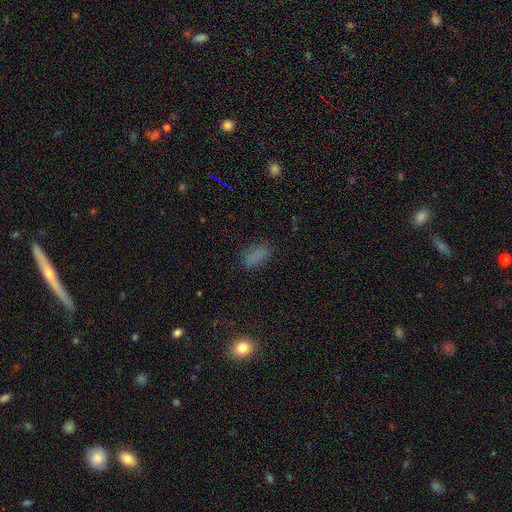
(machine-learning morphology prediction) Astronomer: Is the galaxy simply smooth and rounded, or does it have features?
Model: smooth — 76%.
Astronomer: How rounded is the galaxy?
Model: in between — 84%.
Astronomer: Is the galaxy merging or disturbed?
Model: none — 74%.